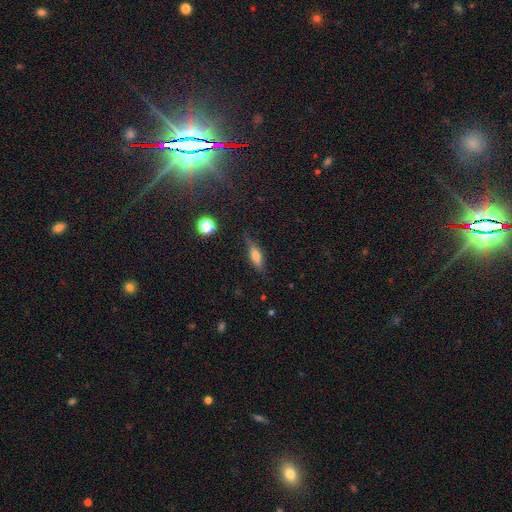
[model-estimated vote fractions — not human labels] smooth 54%, featured or disk 36%, star or artifact 9%. Down the decision tree: how rounded — cigar-shaped (55%); merging — none (76%).